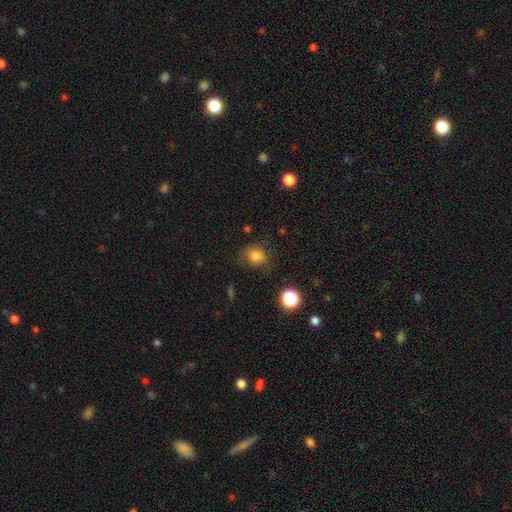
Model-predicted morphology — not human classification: Smooth or featured? Predicted: smooth (p=0.80). How rounded? Predicted: round (p=0.64). Merging? Predicted: none (p=0.70).